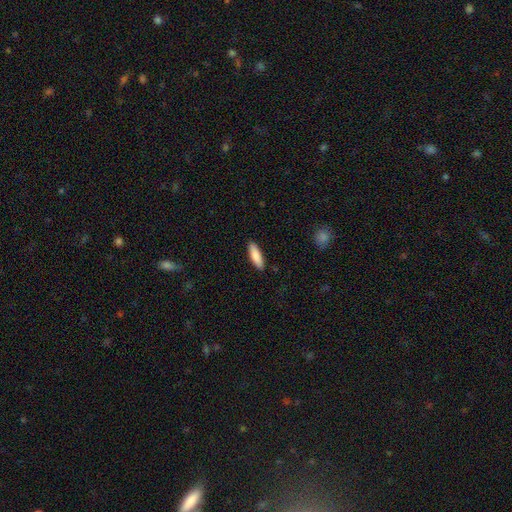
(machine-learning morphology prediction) A smooth galaxy with no disk features (85%) that is cigar-shaped (57%).

Vote fractions:
- Smooth or featured? smooth: 85% / featured or disk: 10% / star or artifact: 6%
- How rounded? cigar-shaped: 57% / in between: 42% / round: 2%
- Merging? none: 89% / minor disturbance: 8% / major disturbance: 2% / merger: 1%